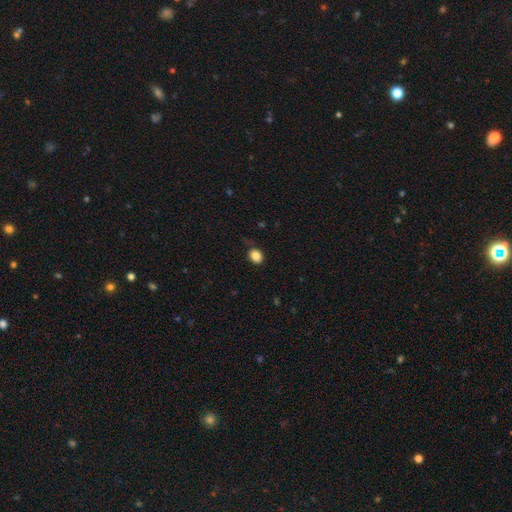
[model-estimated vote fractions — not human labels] smooth 86%, star or artifact 10%, featured or disk 5%. Down the decision tree: how rounded — in between (53%); merging — none (77%).